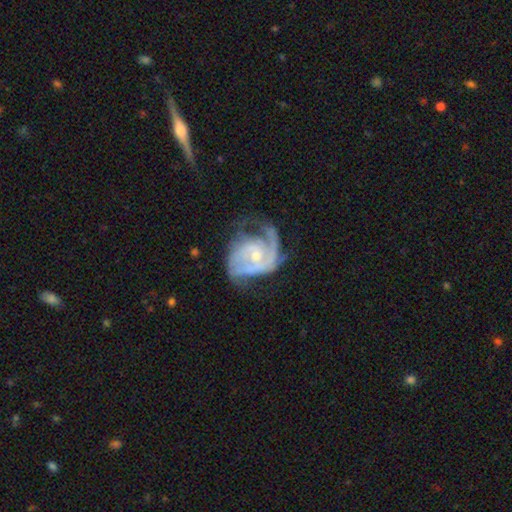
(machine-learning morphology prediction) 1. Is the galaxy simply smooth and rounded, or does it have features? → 86% featured or disk, 9% smooth, 5% star or artifact.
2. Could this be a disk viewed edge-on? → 98% no, 2% yes.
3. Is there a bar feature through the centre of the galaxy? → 63% no, 30% weak, 6% strong.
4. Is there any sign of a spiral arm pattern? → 94% yes, 6% no.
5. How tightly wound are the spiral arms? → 42% tight (tied), 42% medium (tied), 16% loose.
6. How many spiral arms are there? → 48% 2, 17% can't tell, 15% 1, 13% 3, 3% 4, 3% more than 4.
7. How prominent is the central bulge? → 54% small, 41% moderate, 2% none, 2% large, 1% dominant.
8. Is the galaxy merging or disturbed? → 43% none, 29% major disturbance, 25% minor disturbance, 3% merger.